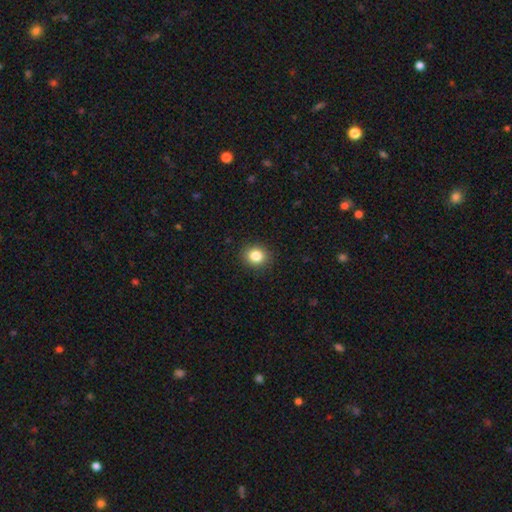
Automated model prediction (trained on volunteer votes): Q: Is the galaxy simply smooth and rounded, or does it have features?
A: smooth — 84%.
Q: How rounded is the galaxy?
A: round — 79%.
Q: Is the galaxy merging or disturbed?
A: none — 91%.